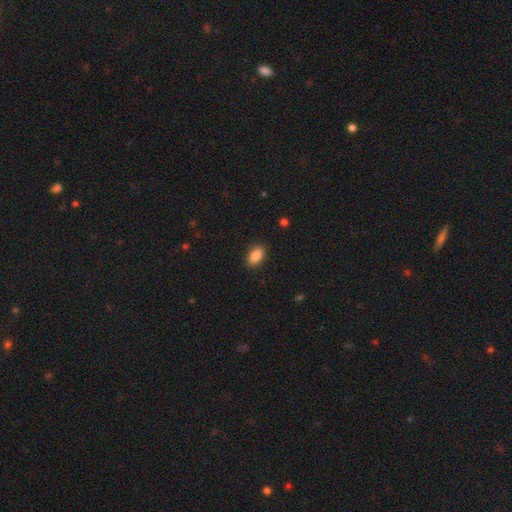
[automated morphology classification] Smooth or featured?
  - smooth: 88% *
  - star or artifact: 8%
  - featured or disk: 4%
How rounded?
  - in between: 89% *
  - round: 9%
  - cigar-shaped: 2%
Merging?
  - none: 87% *
  - minor disturbance: 9%
  - major disturbance: 2%
  - merger: 1%